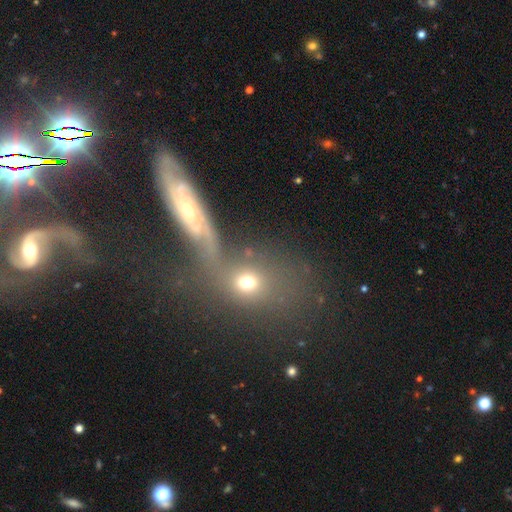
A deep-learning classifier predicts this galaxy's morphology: The model was most divided on "merging": none: 41%, merger: 38%, minor disturbance: 12%, major disturbance: 9%. Remaining: smooth or featured — smooth (48%).